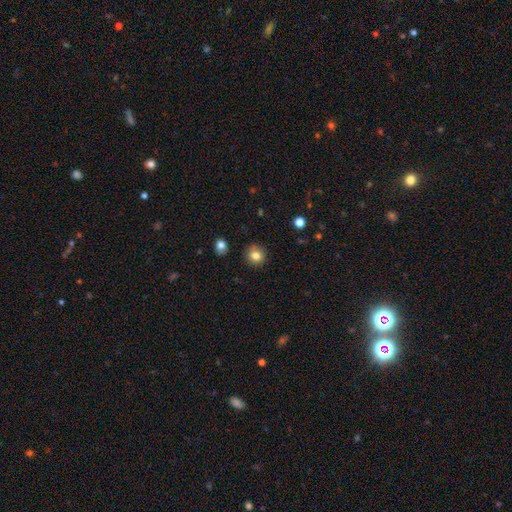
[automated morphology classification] Overall: smooth (81%). How rounded: round (93%). Merging: none (89%).